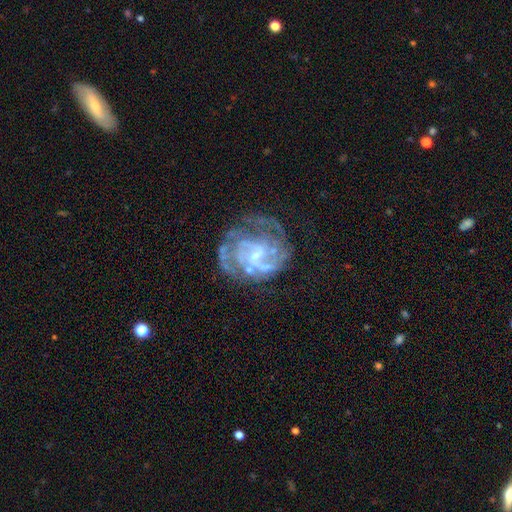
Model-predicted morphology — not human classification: Smooth or featured: featured or disk — 84% (smooth — 9%)
Edge-on disk: no — 98% (yes — 2%)
Bar: weak — 46% (no — 43%)
Spiral arms: yes — 87% (no — 13%)
Spiral winding: tight — 44% (medium — 41%)
Spiral arm count: can't tell — 33% (2 — 32%)
Bulge size: small — 61% (moderate — 20%)
Merging: none — 55% (major disturbance — 21%)